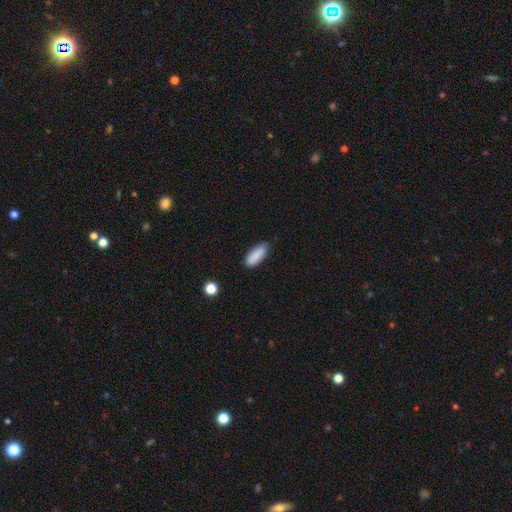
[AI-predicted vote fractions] Smooth or featured: smooth — 88% (star or artifact — 7%)
How rounded: in between — 67% (cigar-shaped — 31%)
Merging: none — 77% (minor disturbance — 18%)